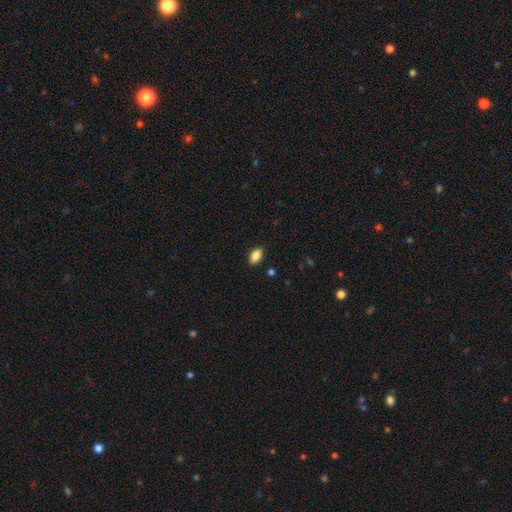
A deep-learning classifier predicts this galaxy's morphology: Q: Smooth or featured?
A: smooth (85%); runner-up: star or artifact (8%)
Q: How rounded?
A: in between (91%); runner-up: round (5%)
Q: Merging?
A: none (88%); runner-up: minor disturbance (9%)